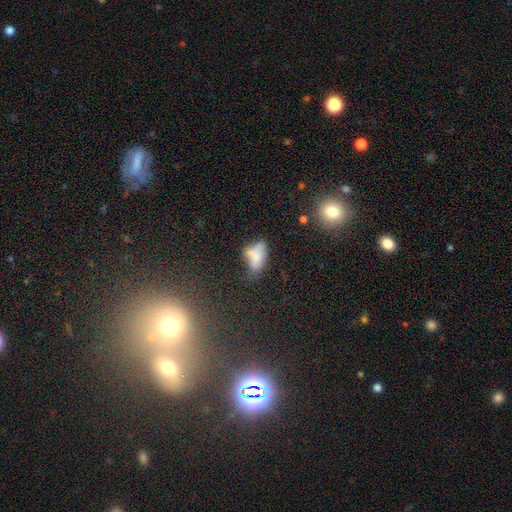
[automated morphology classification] smooth 63%, featured or disk 24%, star or artifact 12%. Down the decision tree: how rounded — in between (87%); merging — none (29%).